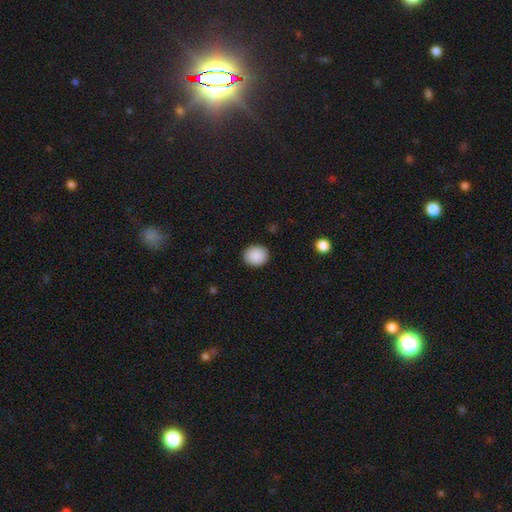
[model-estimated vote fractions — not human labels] Smooth or featured?
  - smooth: 90% *
  - star or artifact: 8%
  - featured or disk: 3%
How rounded?
  - round: 74% *
  - in between: 25%
  - cigar-shaped: 1%
Merging?
  - none: 91% *
  - minor disturbance: 6%
  - major disturbance: 2%
  - merger: 1%